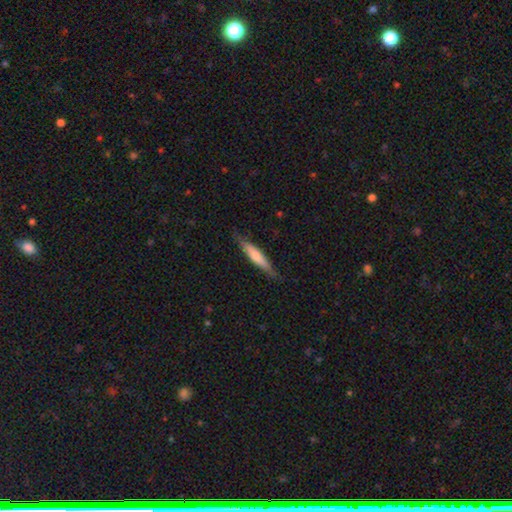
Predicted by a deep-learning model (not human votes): Smooth or featured? Predicted: smooth (p=0.64). How rounded? Predicted: cigar-shaped (p=0.84). Merging? Predicted: none (p=0.79).